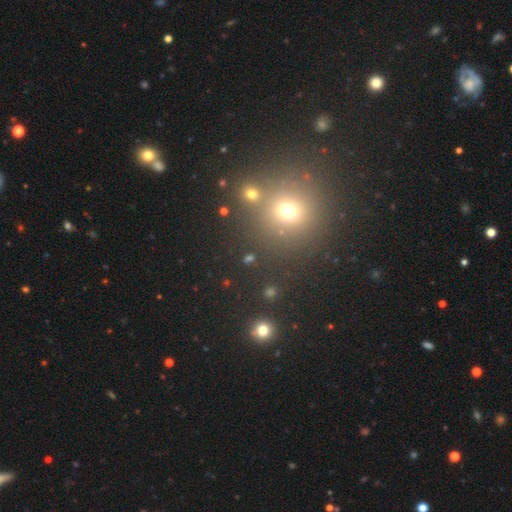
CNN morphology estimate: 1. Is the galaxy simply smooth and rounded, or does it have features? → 46% star or artifact (tied), 46% smooth (tied), 8% featured or disk.